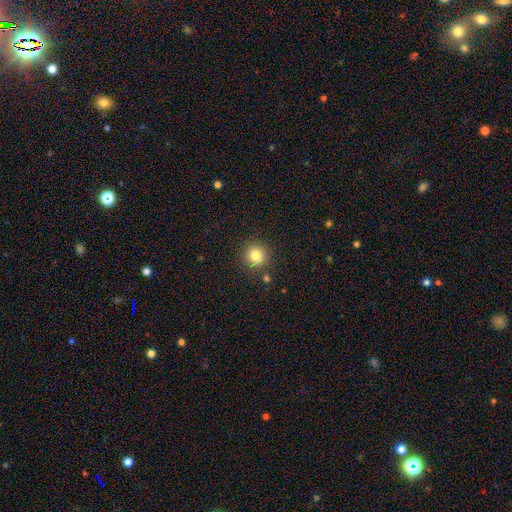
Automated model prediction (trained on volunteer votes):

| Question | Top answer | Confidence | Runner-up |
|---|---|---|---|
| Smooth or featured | smooth | 81% | star or artifact (12%) |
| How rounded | round | 93% | in between (6%) |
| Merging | none | 87% | minor disturbance (7%) |